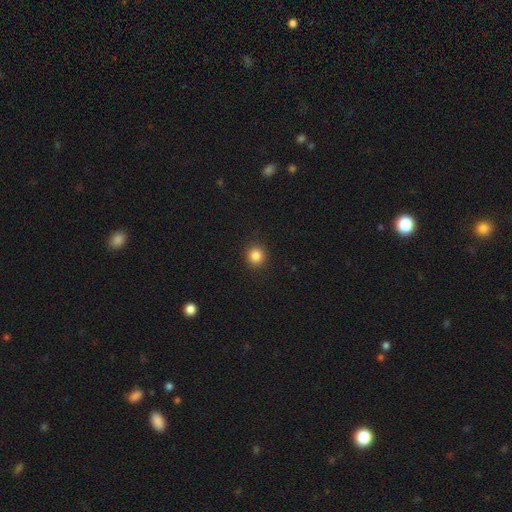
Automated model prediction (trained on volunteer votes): Overall: smooth (85%). How rounded: round (92%). Merging: none (92%).